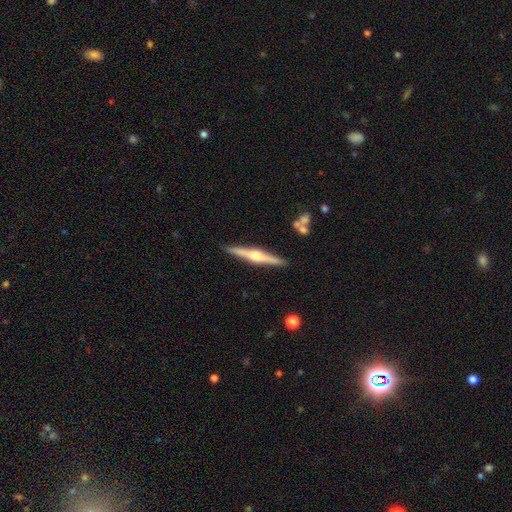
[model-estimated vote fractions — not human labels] Smooth or featured?
  - featured or disk: 76% *
  - smooth: 19%
  - star or artifact: 5%
Edge-on disk?
  - yes: 98% *
  - no: 2%
Edge-on bulge?
  - rounded: 87% *
  - boxy: 9%
  - none: 4%
Merging?
  - none: 89% *
  - minor disturbance: 7%
  - merger: 2%
  - major disturbance: 2%